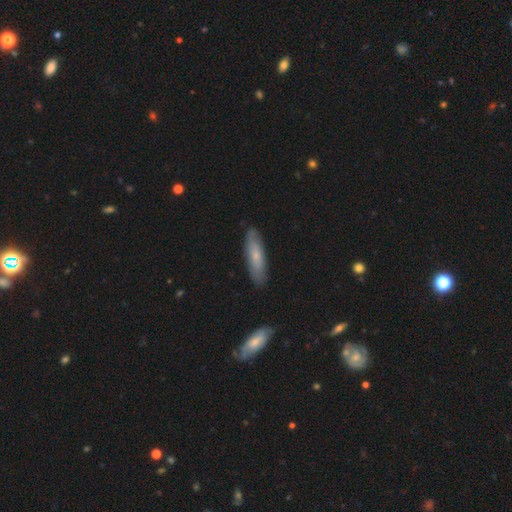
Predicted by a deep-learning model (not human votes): Q: Smooth or featured?
A: smooth (62%); runner-up: featured or disk (32%)
Q: How rounded?
A: cigar-shaped (66%); runner-up: in between (33%)
Q: Merging?
A: none (85%); runner-up: minor disturbance (12%)